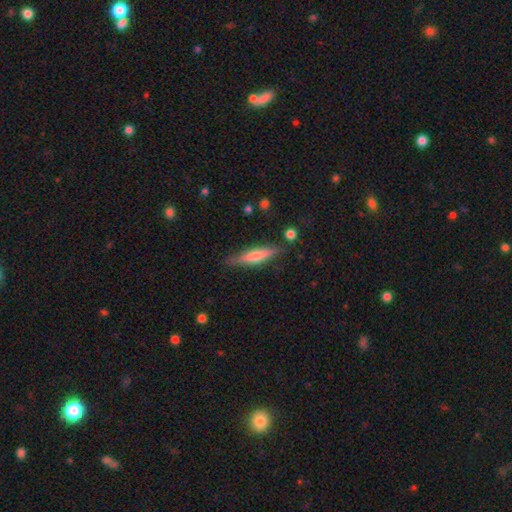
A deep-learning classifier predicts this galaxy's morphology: The model was most divided on "smooth or featured" (2-way tie): featured or disk: 47%, smooth: 47%, star or artifact: 6%. More confident: merging — none (83%).